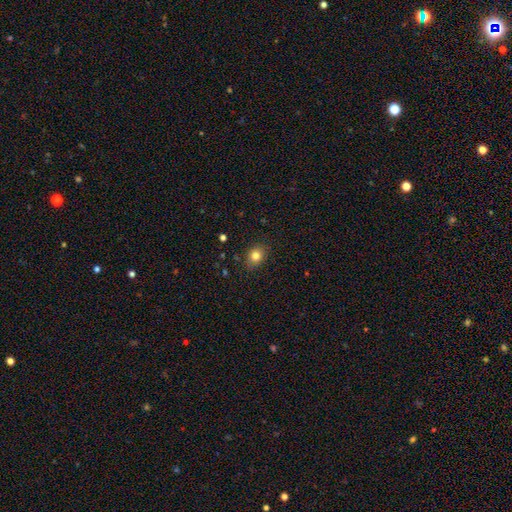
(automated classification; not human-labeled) smooth 81%, star or artifact 12%, featured or disk 8%. Down the decision tree: how rounded — round (53%); merging — none (86%).